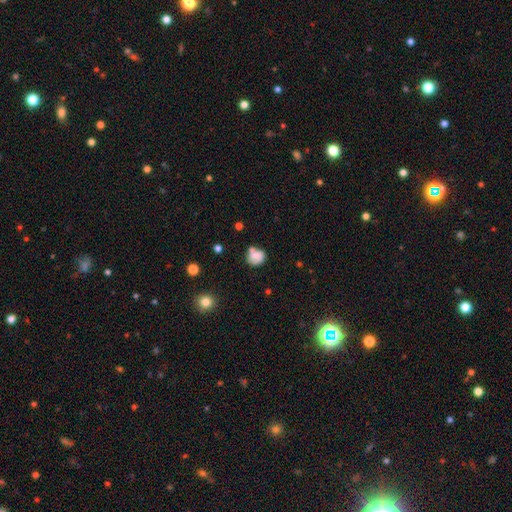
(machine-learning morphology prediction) A smooth galaxy with no disk features (69%) that is round (72%). Merging: none (49%).